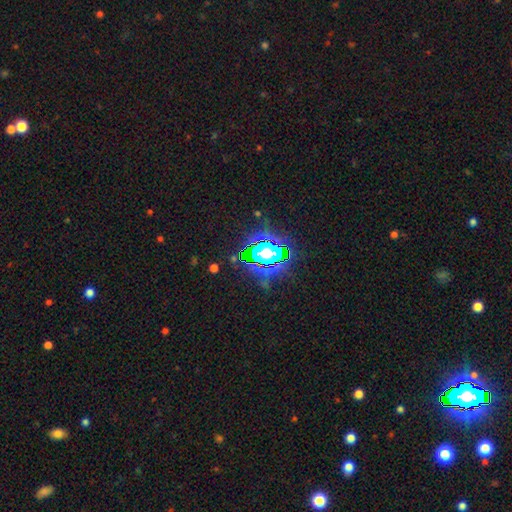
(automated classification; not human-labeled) Q: Smooth or featured?
A: star or artifact (80%); runner-up: smooth (12%)